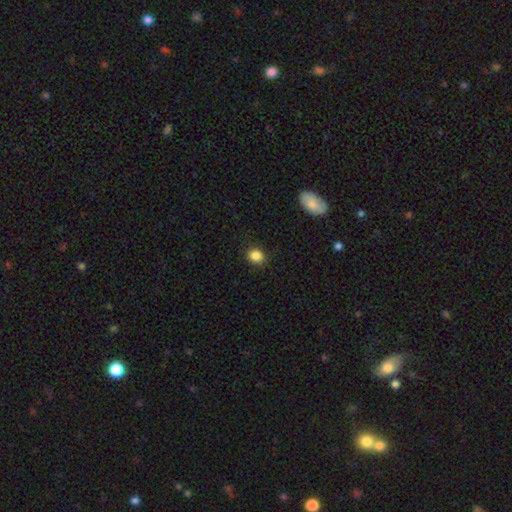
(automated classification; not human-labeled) smooth_or_featured: smooth (p=0.85) [alt: star or artifact p=0.10]
how_rounded: round (p=0.66) [alt: in between p=0.33]
merging: none (p=0.89) [alt: minor disturbance p=0.08]